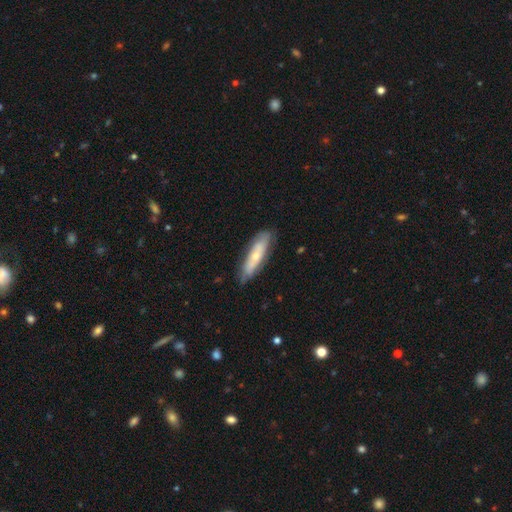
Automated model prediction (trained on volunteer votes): This is possibly a featured or disk galaxy (47%, tied with smooth). Merging: likely none (79%).